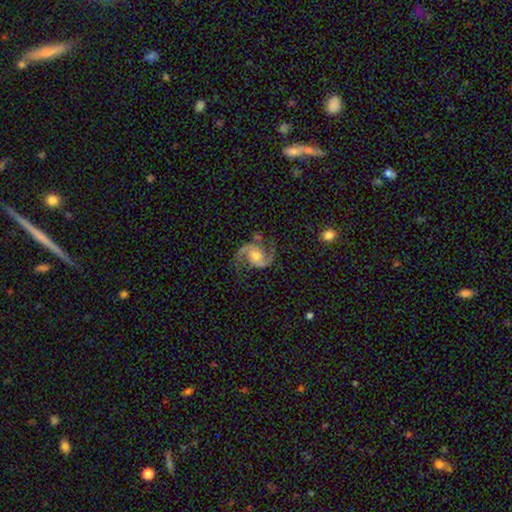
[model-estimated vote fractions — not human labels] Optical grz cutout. It shows a featured or disk galaxy (91%) with no bar (64%), 2 (94%) medium (57%) spiral arms (98%) and a moderate central bulge (68%). Merging: none (76%).